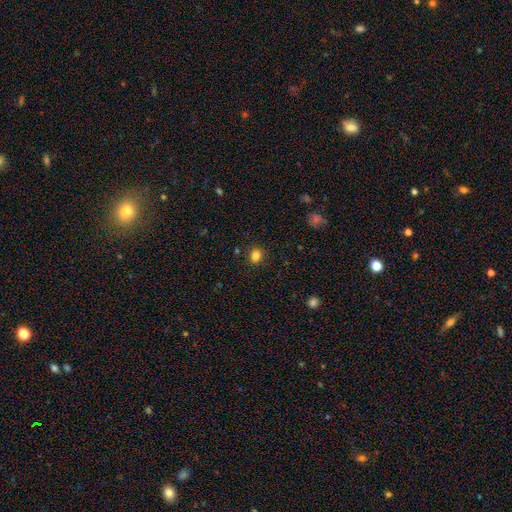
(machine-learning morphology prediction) Smooth or featured?
  - smooth: 84% *
  - star or artifact: 12%
  - featured or disk: 4%
How rounded?
  - round: 66% *
  - in between: 33%
  - cigar-shaped: 1%
Merging?
  - none: 89% *
  - minor disturbance: 8%
  - major disturbance: 2%
  - merger: 1%